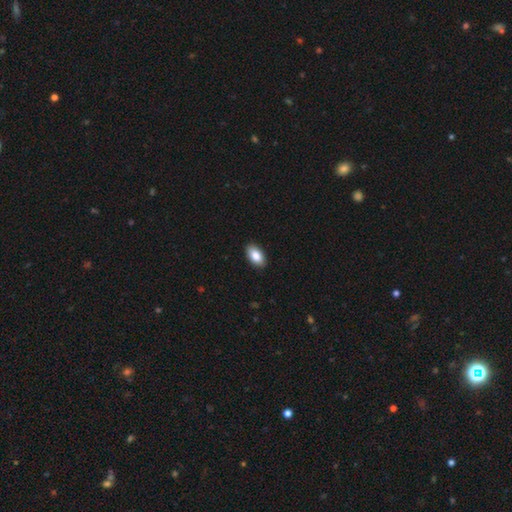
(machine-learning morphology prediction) Smooth or featured? smooth (86%)
How rounded? in between (94%)
Merging? none (89%)